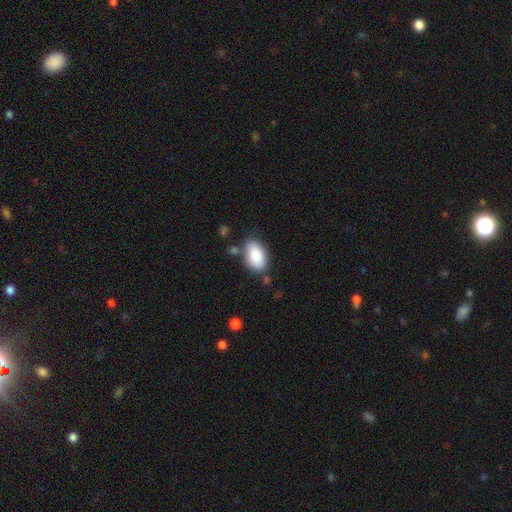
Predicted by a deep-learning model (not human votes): smooth-or-featured: smooth: 86% | featured or disk: 7% | star or artifact: 7%
  how-rounded: in between: 93% | round: 6% | cigar-shaped: 2%
  merging: none: 73% | minor disturbance: 16% | merger: 6% | major disturbance: 4%